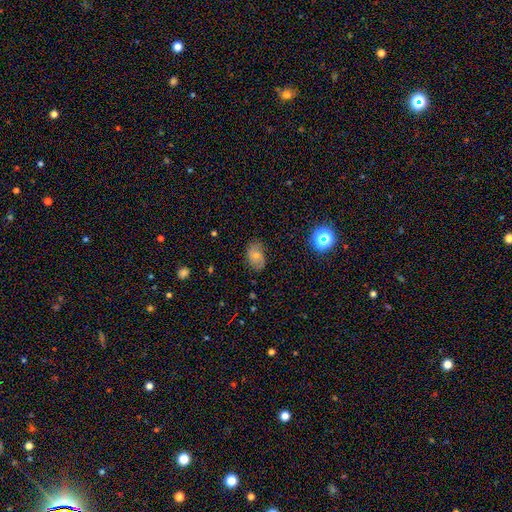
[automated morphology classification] Smooth or featured? Predicted: smooth (p=0.57). How rounded? Predicted: in between (p=0.82). Merging? Predicted: none (p=0.73).